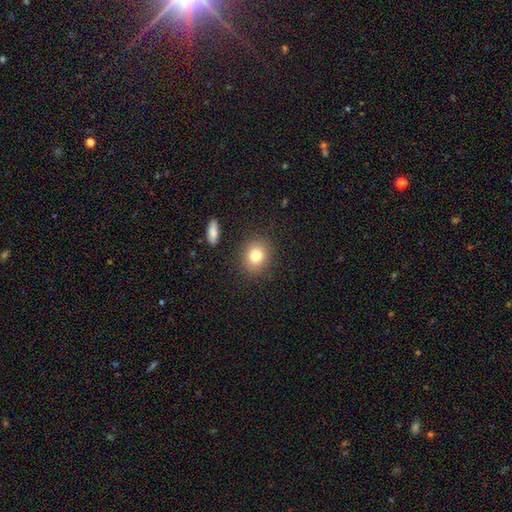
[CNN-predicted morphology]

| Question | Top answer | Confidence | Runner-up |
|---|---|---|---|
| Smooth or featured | smooth | 79% | star or artifact (11%) |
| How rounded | round | 70% | in between (29%) |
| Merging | none | 87% | minor disturbance (8%) |